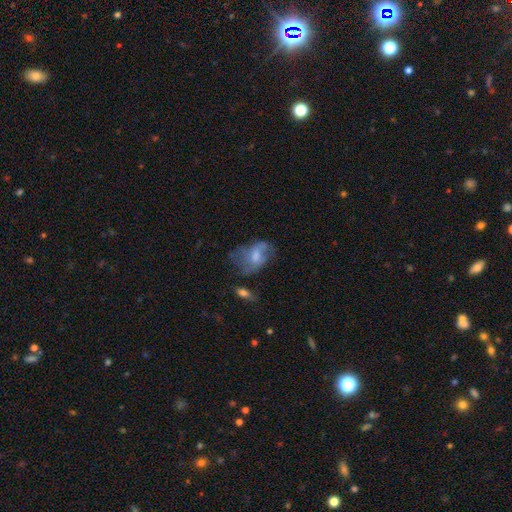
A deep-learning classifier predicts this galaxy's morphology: smooth 53%, featured or disk 38%, star or artifact 9%. Down the decision tree: how rounded — in between (84%); merging — none (33%).